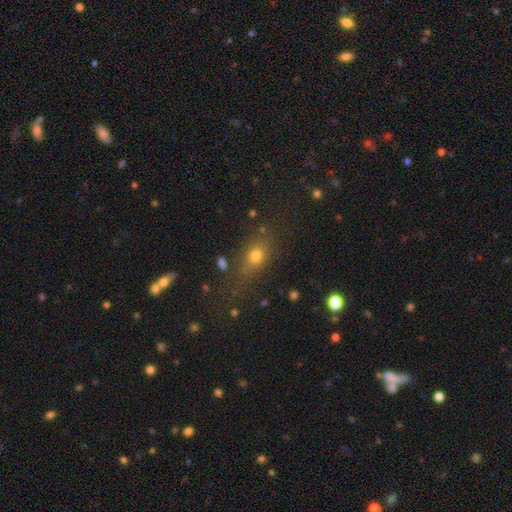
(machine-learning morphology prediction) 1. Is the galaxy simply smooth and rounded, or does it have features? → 70% smooth, 18% star or artifact, 12% featured or disk.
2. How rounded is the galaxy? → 57% in between, 35% round, 8% cigar-shaped.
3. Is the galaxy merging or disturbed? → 69% none, 17% minor disturbance, 9% major disturbance, 5% merger.